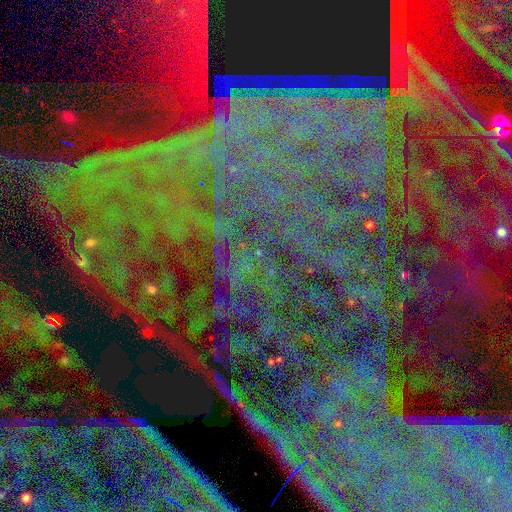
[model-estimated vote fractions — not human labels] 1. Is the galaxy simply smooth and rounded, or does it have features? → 86% star or artifact, 7% featured or disk, 7% smooth.